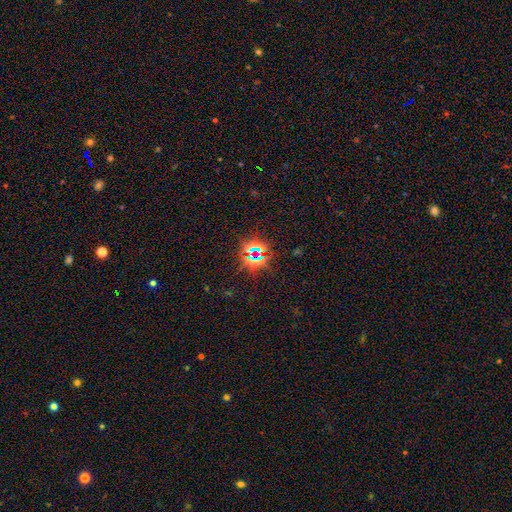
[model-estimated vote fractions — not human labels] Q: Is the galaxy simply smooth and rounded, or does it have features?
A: star or artifact — 77%.